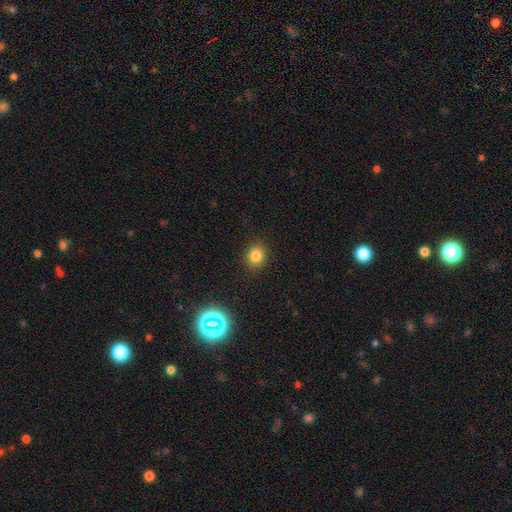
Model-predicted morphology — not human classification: type=smooth (81%); roundness=round (81%); merging=none (90%).